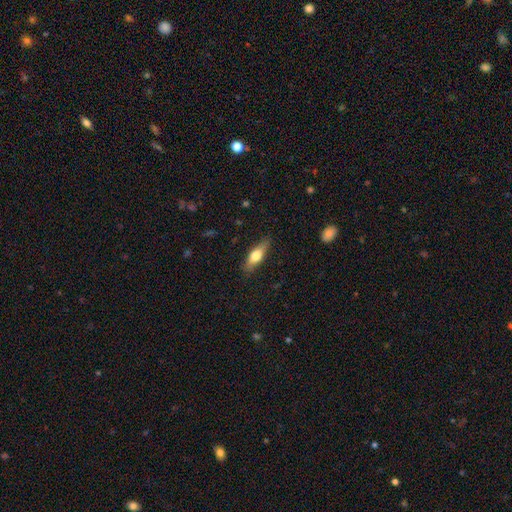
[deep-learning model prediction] smooth_or_featured: smooth (p=0.59) [alt: featured or disk p=0.35]
how_rounded: in between (p=0.50) [alt: cigar-shaped p=0.47]
merging: none (p=0.85) [alt: minor disturbance p=0.11]